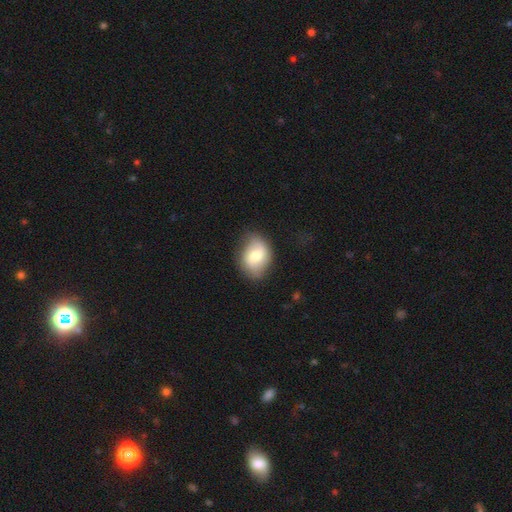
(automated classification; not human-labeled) Morphology: type=smooth (56%); roundness=in between (65%); merging=none (72%).